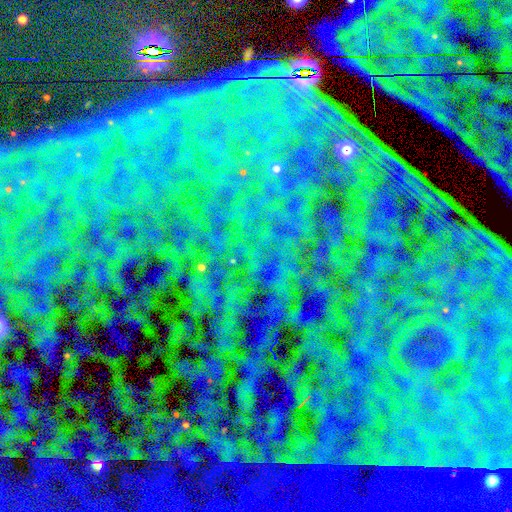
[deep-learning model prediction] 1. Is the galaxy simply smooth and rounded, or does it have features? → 85% star or artifact, 7% featured or disk, 7% smooth.